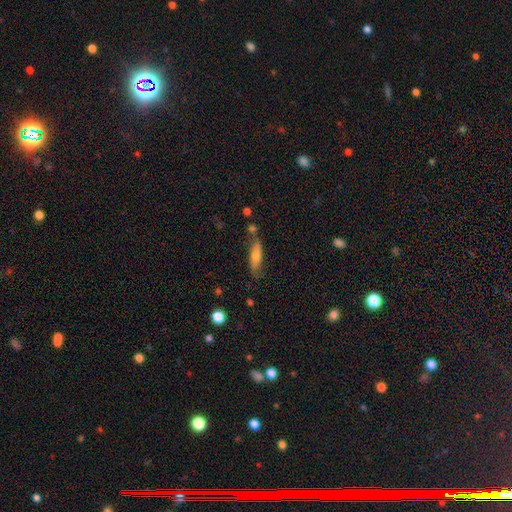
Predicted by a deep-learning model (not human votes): Overall: smooth (52%; featured or disk 40%). How rounded: cigar-shaped (64%; in between 34%). Merging: none (65%).